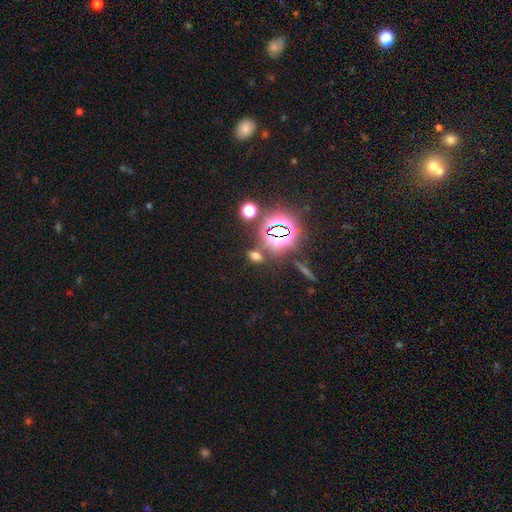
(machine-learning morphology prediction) Q: Smooth or featured?
A: star or artifact (82%); runner-up: smooth (11%)